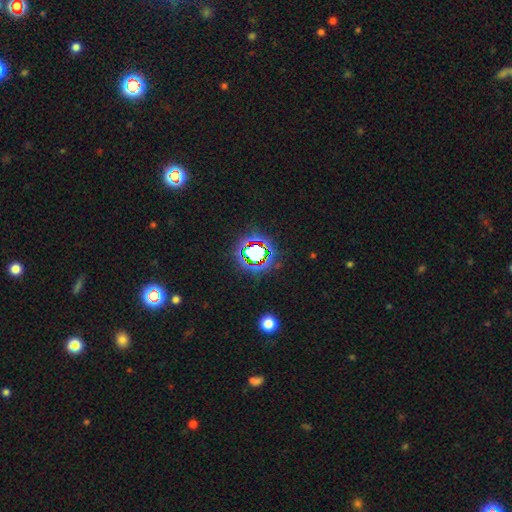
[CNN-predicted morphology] Smooth or featured: star or artifact — 69% (smooth — 20%)